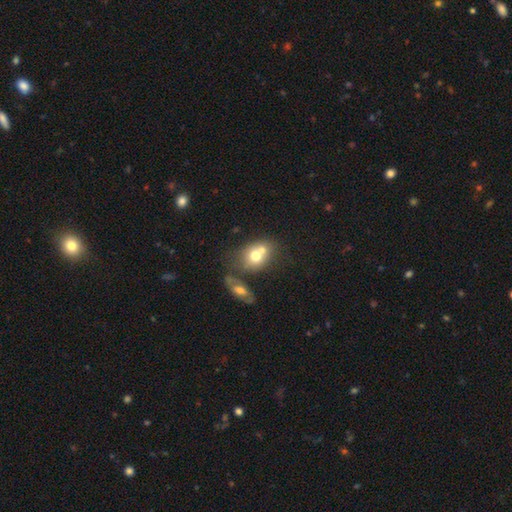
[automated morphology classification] Smooth or featured?
  - smooth: 67% *
  - featured or disk: 23%
  - star or artifact: 9%
How rounded?
  - in between: 53% *
  - round: 46%
  - cigar-shaped: 1%
Merging?
  - merger: 49% *
  - none: 35%
  - minor disturbance: 11%
  - major disturbance: 5%